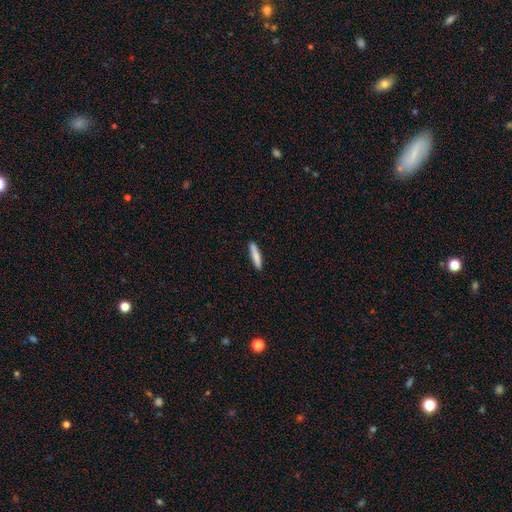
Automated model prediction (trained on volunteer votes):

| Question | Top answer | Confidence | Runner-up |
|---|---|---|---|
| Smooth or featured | smooth | 82% | featured or disk (12%) |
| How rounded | cigar-shaped | 90% | in between (9%) |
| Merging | none | 90% | minor disturbance (7%) |